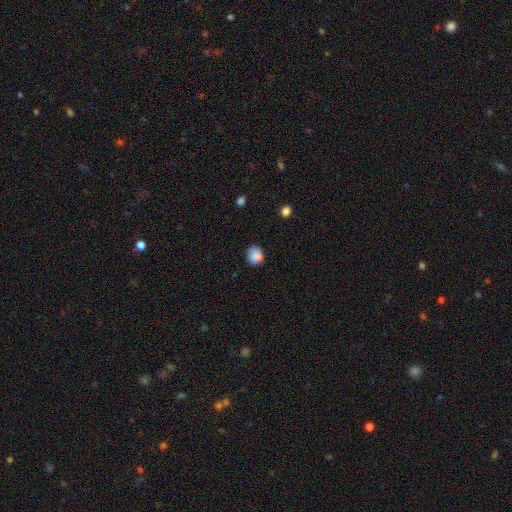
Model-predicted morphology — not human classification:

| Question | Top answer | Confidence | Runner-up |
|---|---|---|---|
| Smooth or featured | smooth | 86% | star or artifact (9%) |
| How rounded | round | 76% | in between (23%) |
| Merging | none | 73% | minor disturbance (20%) |